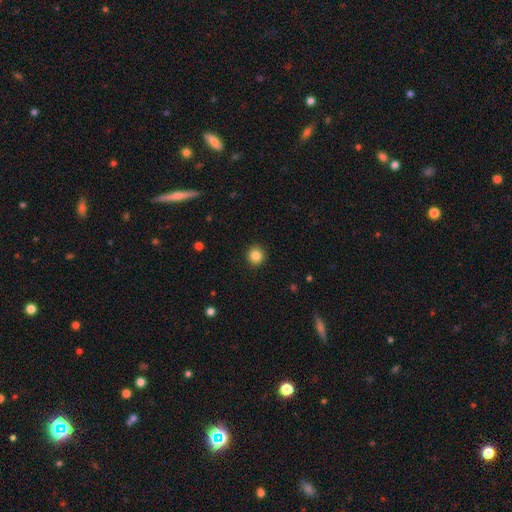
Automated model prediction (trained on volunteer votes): The model was most divided on "smooth or featured": smooth: 85%, star or artifact: 10%, featured or disk: 4%. More confident: how rounded — round (93%); merging — none (92%).